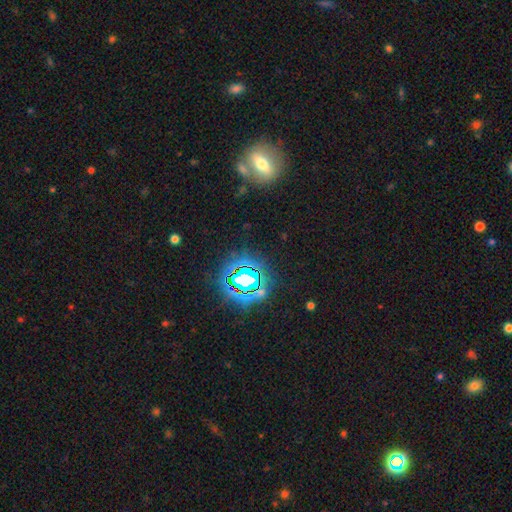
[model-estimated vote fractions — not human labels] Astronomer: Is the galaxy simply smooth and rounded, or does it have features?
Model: star or artifact — 69%.